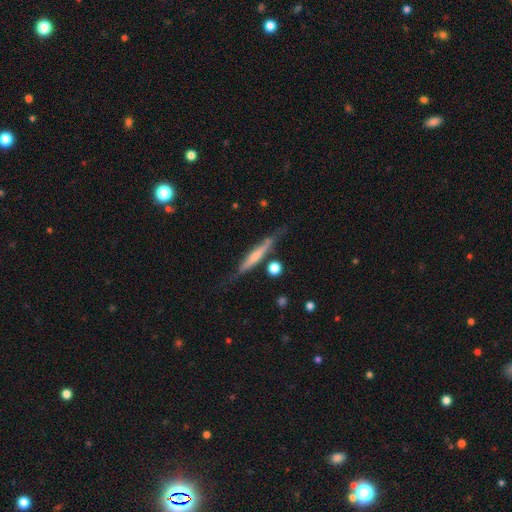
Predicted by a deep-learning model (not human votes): Overall: featured or disk (49%; smooth 45%). Merging: none (71%).